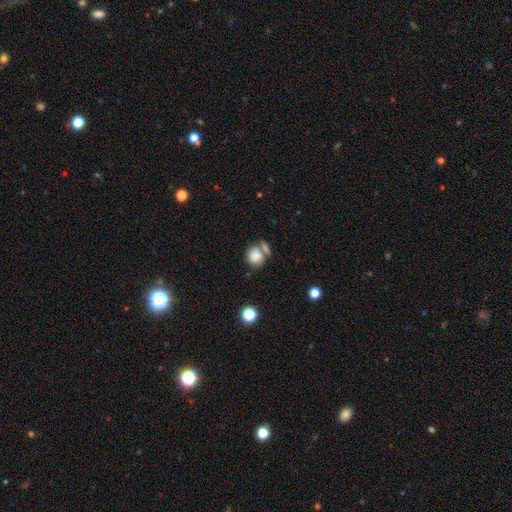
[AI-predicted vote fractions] smooth 82%, star or artifact 9%, featured or disk 9%. Down the decision tree: how rounded — round (71%); merging — none (48%).